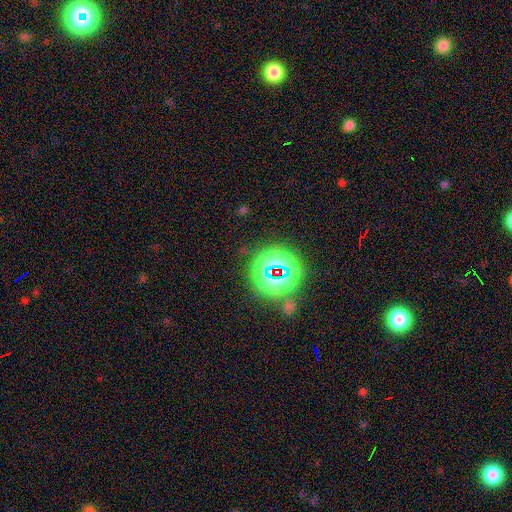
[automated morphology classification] smooth_or_featured: star or artifact (p=0.77) [alt: smooth p=0.16]